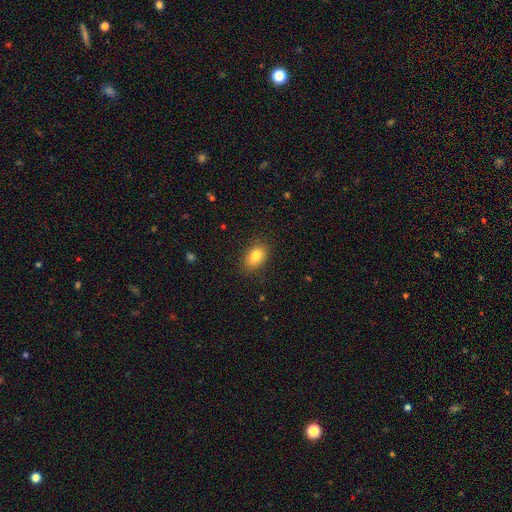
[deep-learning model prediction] Q: Smooth or featured?
A: smooth (83%); runner-up: star or artifact (9%)
Q: How rounded?
A: in between (85%); runner-up: round (13%)
Q: Merging?
A: none (83%); runner-up: minor disturbance (12%)